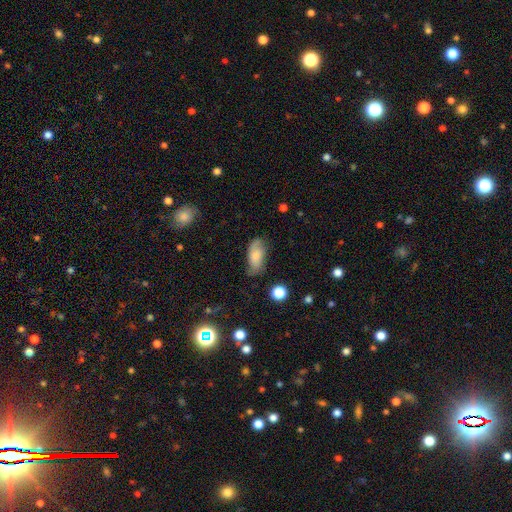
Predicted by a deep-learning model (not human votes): Overall: smooth (67%). How rounded: in between (89%). Merging: none (62%; minor disturbance 27%).